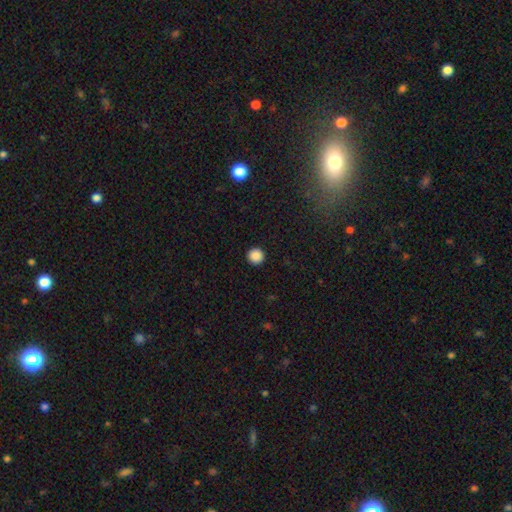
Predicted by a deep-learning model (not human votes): smooth 88%, star or artifact 9%, featured or disk 2%. Down the decision tree: how rounded — round (96%); merging — none (93%).